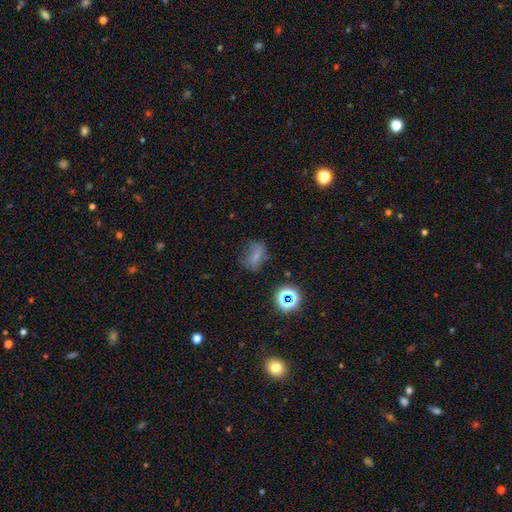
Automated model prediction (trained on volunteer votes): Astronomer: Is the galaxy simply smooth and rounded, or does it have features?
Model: smooth — 58%.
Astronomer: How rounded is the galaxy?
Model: in between — 69%.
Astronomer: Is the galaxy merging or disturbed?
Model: none — 56%.